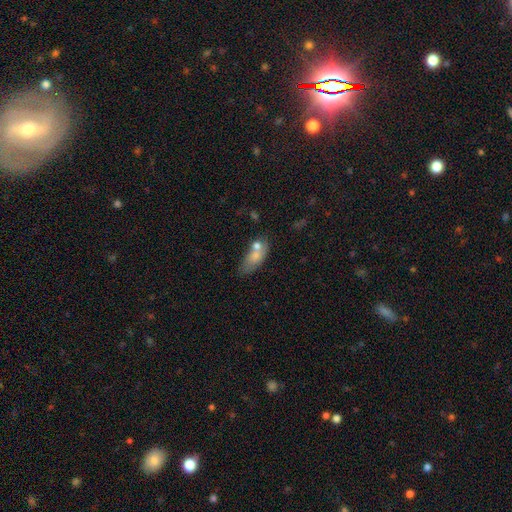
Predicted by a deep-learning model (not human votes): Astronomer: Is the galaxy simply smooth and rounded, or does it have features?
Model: smooth — 70%.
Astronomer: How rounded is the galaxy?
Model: in between — 80%.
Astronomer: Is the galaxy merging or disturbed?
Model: none — 42% (runner-up: merger, 28%).